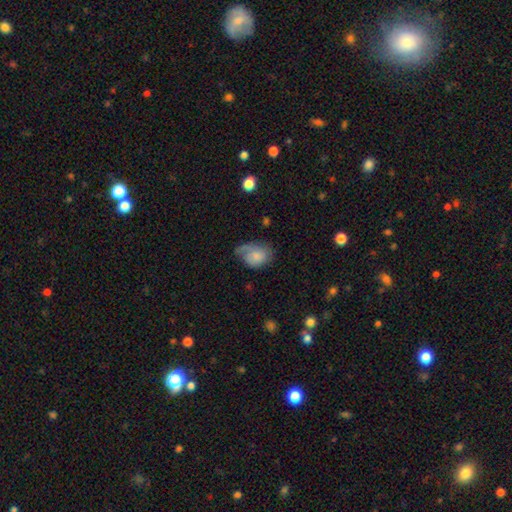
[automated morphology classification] This is possibly a smooth galaxy (55%). How rounded: likely in between (71%). Merging: marginally none (38%).